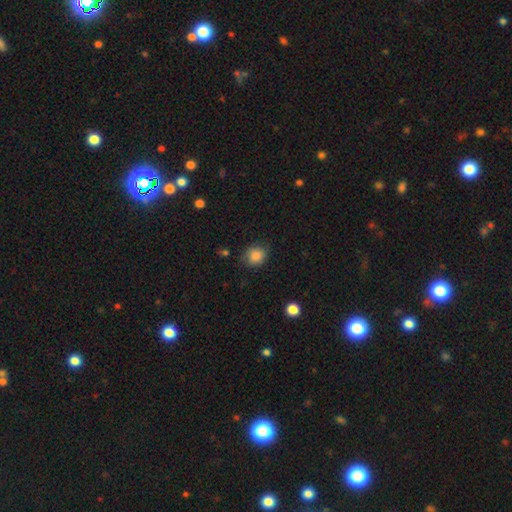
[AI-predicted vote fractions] Overall: smooth (84%). How rounded: round (73%). Merging: none (76%).